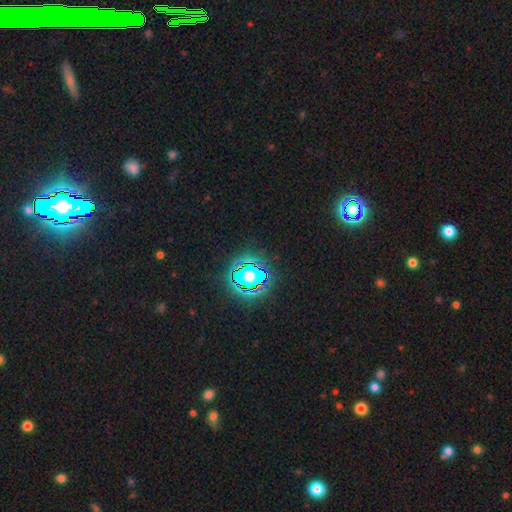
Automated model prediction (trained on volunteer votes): Smooth or featured? star or artifact (83%)